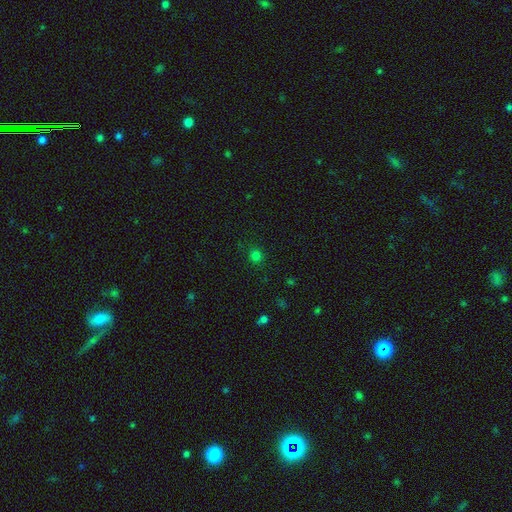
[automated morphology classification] Smooth or featured?
  - smooth: 77% *
  - star or artifact: 19%
  - featured or disk: 4%
How rounded?
  - round: 91% *
  - in between: 8%
  - cigar-shaped: 1%
Merging?
  - none: 89% *
  - minor disturbance: 7%
  - major disturbance: 3%
  - merger: 1%